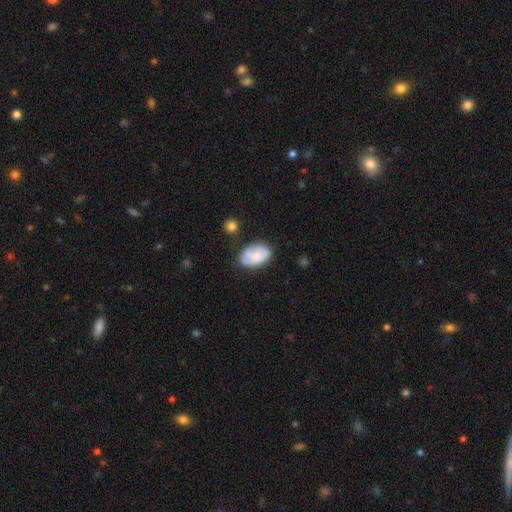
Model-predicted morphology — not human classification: smooth 65%, featured or disk 28%, star or artifact 7%. Down the decision tree: how rounded — in between (88%); merging — none (57%).